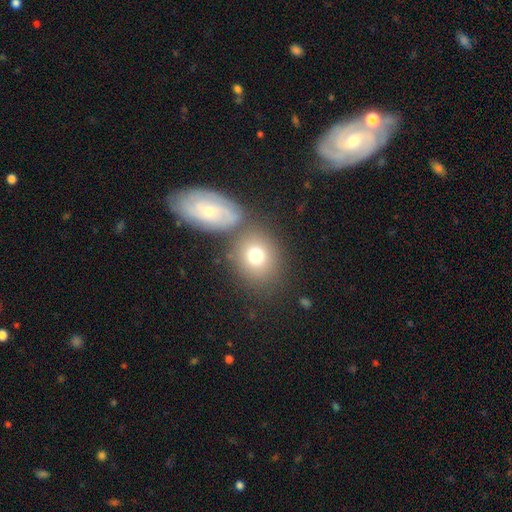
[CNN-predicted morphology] type=smooth (75%); roundness=round (67%); merging=none (60%).